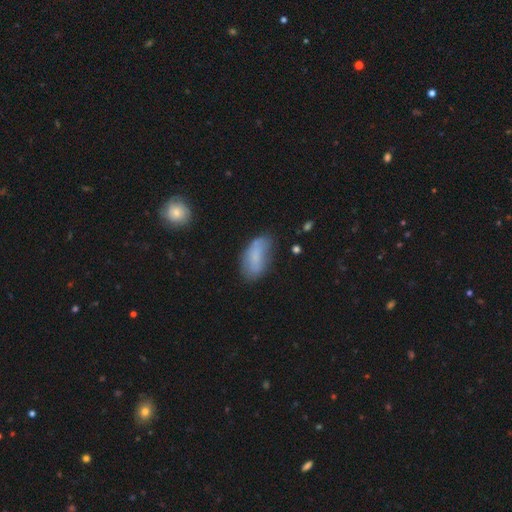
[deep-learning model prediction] Smooth or featured? smooth (70%)
How rounded? in between (91%)
Merging? none (48%)